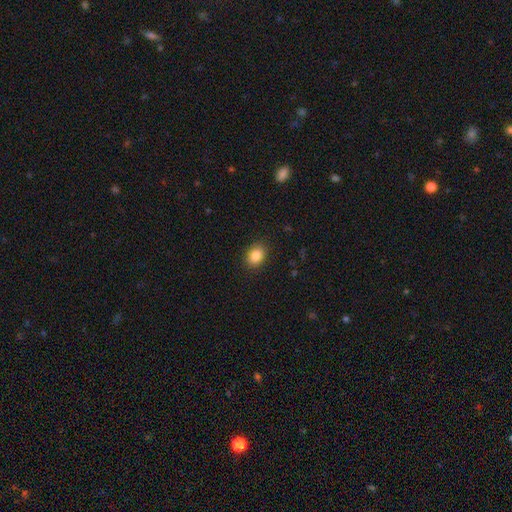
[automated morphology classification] Smooth or featured: smooth — 86% (star or artifact — 9%)
How rounded: in between — 60% (round — 39%)
Merging: none — 89% (minor disturbance — 8%)